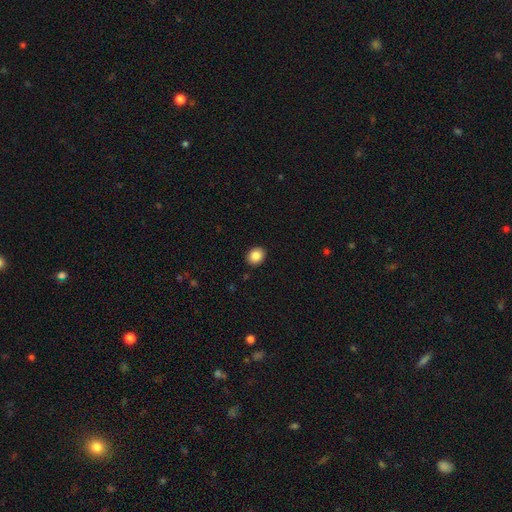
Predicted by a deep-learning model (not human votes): smooth 87%, star or artifact 9%, featured or disk 4%. Down the decision tree: how rounded — round (58%); merging — none (91%).